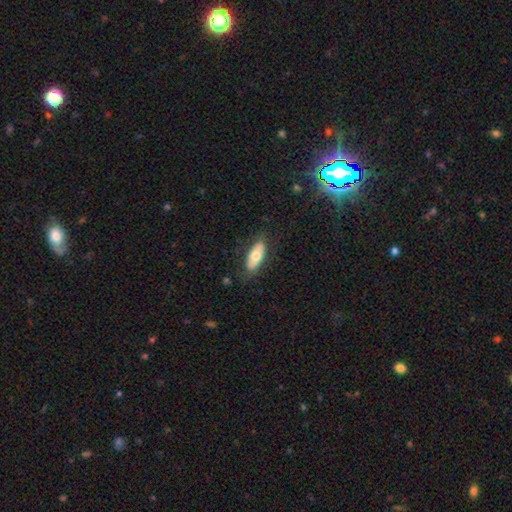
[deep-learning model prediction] Morphology: type=smooth (65%); roundness=in between (81%); merging=none (81%).